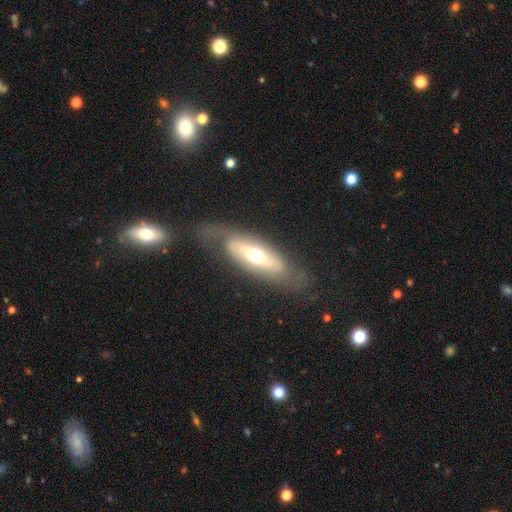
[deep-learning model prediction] Smooth or featured: featured or disk — 59% (smooth — 35%)
Edge-on disk: no — 72% (yes — 28%)
Merging: none — 59% (minor disturbance — 21%)